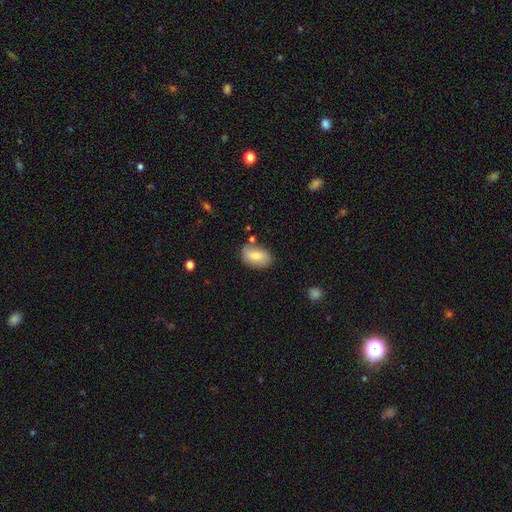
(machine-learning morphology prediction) Smooth or featured?
  - smooth: 77% *
  - featured or disk: 16%
  - star or artifact: 7%
How rounded?
  - in between: 91% *
  - round: 7%
  - cigar-shaped: 2%
Merging?
  - none: 71% *
  - minor disturbance: 19%
  - merger: 5%
  - major disturbance: 4%